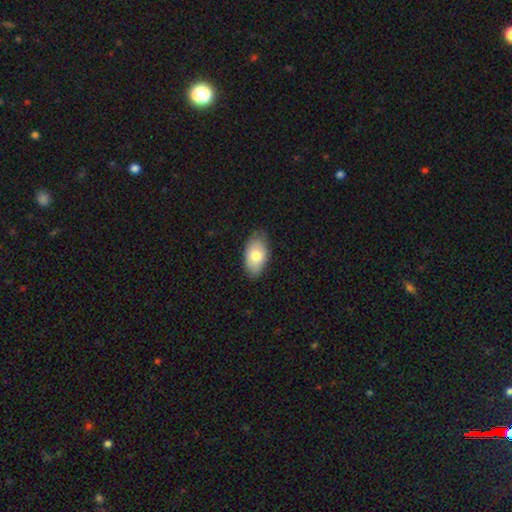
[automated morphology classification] The model was most divided on "smooth or featured": smooth: 74%, featured or disk: 19%, star or artifact: 7%. More confident: how rounded — in between (92%); merging — none (78%).